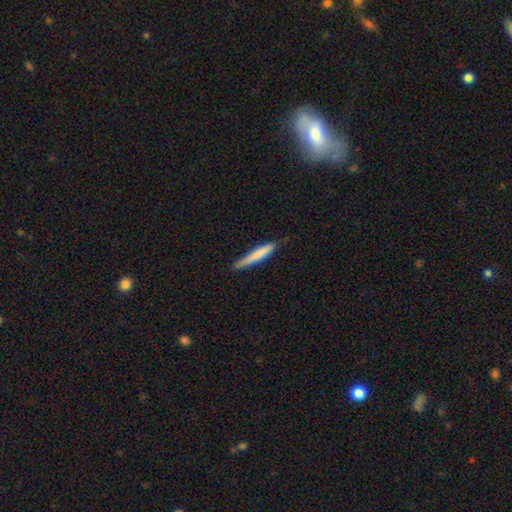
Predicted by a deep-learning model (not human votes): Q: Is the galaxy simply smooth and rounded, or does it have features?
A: smooth — 68%.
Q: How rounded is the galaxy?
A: cigar-shaped — 95%.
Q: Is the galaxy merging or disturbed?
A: none — 84%.